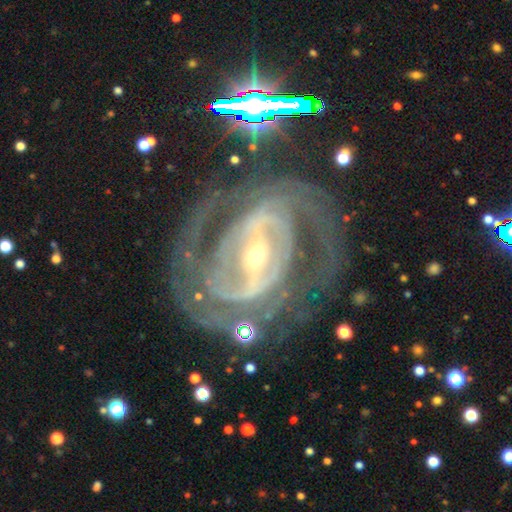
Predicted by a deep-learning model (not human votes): Smooth or featured?
  - featured or disk: 90% *
  - star or artifact: 6%
  - smooth: 4%
Edge-on disk?
  - no: 96% *
  - yes: 4%
Bar?
  - strong: 66% *
  - weak: 24%
  - no: 10%
Spiral arms?
  - yes: 94% *
  - no: 6%
Spiral winding?
  - tight: 50% *
  - medium: 41%
  - loose: 9%
Spiral arm count?
  - 2: 66% *
  - can't tell: 14%
  - 3: 10%
  - 4: 4%
  - 1: 3%
  - more than 4: 3%
Bulge size?
  - small: 66% *
  - moderate: 30%
  - large: 2%
  - none: 1%
  - dominant: 1%
Merging?
  - none: 70% *
  - minor disturbance: 14%
  - major disturbance: 13%
  - merger: 3%